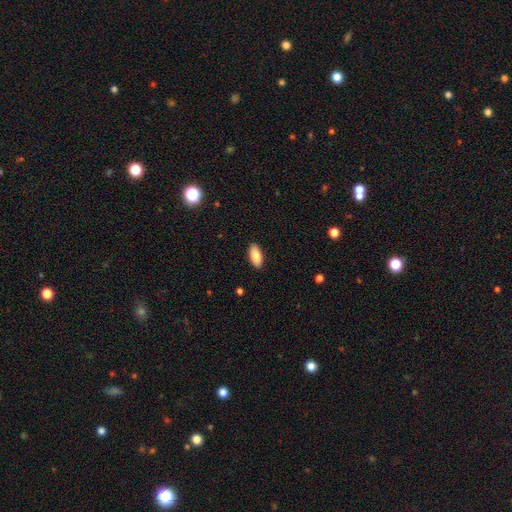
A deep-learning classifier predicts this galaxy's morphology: A smooth galaxy with no disk features (87%) that is in between round and cigar-shaped (88%).

Vote fractions:
- Smooth or featured? smooth: 87% / featured or disk: 7% / star or artifact: 6%
- How rounded? in between: 88% / cigar-shaped: 10% / round: 2%
- Merging? none: 90% / minor disturbance: 8% / major disturbance: 2% / merger: 1%